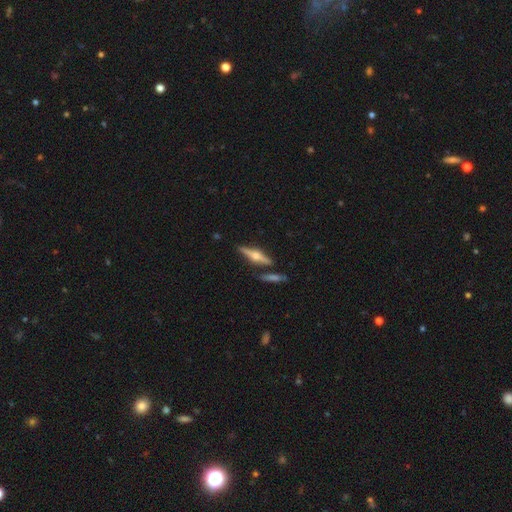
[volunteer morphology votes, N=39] Smooth or featured?
  - featured or disk: 90% *
  - smooth: 8%
  - star or artifact: 3%
Edge-on disk?
  - yes: 100% *
  - no: 0%
Edge-on bulge?
  - rounded: 97% *
  - boxy: 3%
  - none: 0%
Merging?
  - none: 87% *
  - minor disturbance: 5%
  - merger: 5%
  - major disturbance: 3%